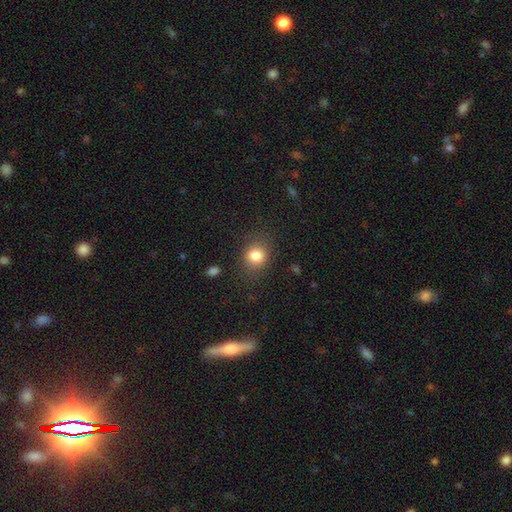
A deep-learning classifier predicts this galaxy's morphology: smooth_or_featured: smooth (p=0.82) [alt: star or artifact p=0.11]
how_rounded: round (p=0.63) [alt: in between p=0.36]
merging: none (p=0.79) [alt: minor disturbance p=0.14]